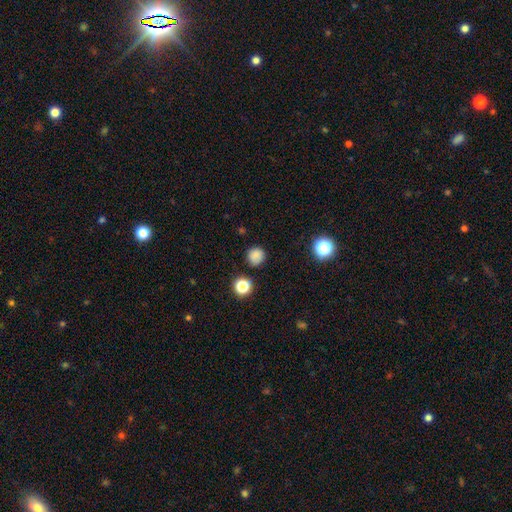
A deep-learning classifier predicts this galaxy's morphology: type=smooth (82%); roundness=round (92%); merging=none (85%).